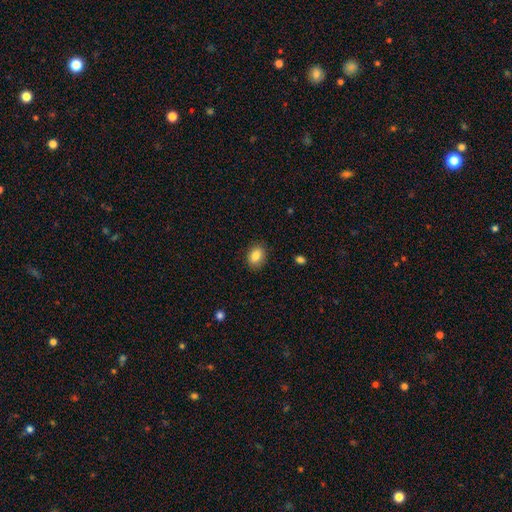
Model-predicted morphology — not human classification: Smooth or featured?
  - smooth: 85% *
  - star or artifact: 8%
  - featured or disk: 6%
How rounded?
  - in between: 75% *
  - round: 24%
  - cigar-shaped: 1%
Merging?
  - none: 88% *
  - minor disturbance: 9%
  - major disturbance: 2%
  - merger: 1%